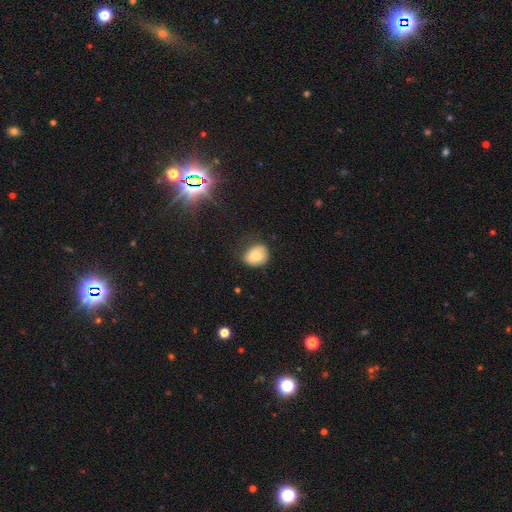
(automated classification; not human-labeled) smooth 72%, featured or disk 18%, star or artifact 10%. Down the decision tree: how rounded — round (55%); merging — none (52%).